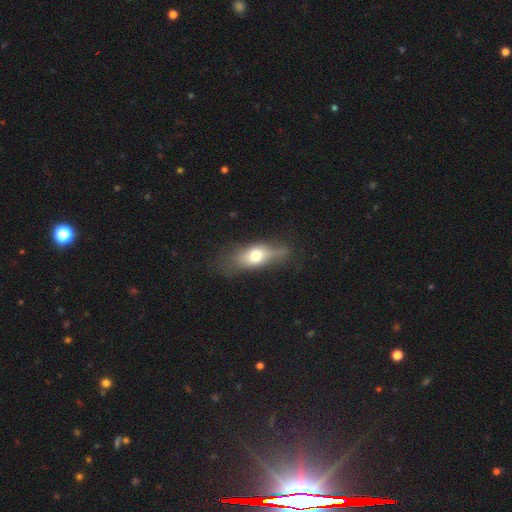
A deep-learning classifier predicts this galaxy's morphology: A smooth galaxy with no disk features (63%) that is in between round and cigar-shaped (73%). Merging: none (53%).